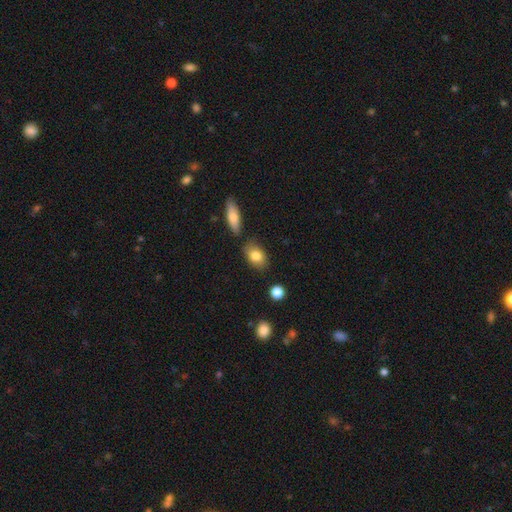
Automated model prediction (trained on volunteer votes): The model was most divided on "merging": none: 75%, minor disturbance: 14%, merger: 8%, major disturbance: 3%. More confident: how rounded — in between (83%); smooth or featured — smooth (81%).